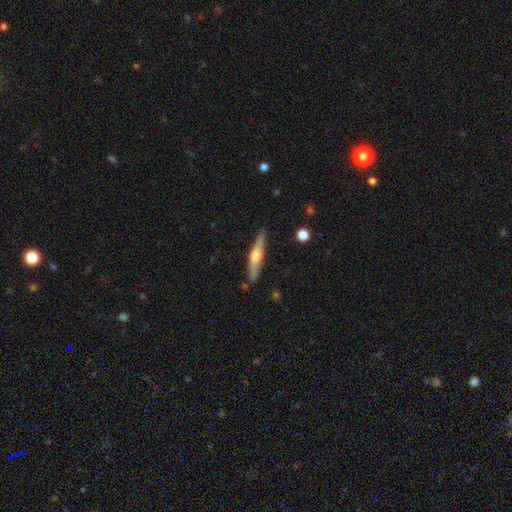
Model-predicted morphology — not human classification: The model was most divided on "smooth or featured": featured or disk: 55%, smooth: 40%, star or artifact: 5%. More confident: edge-on disk — yes (95%); edge-on bulge — rounded (86%); merging — none (86%).